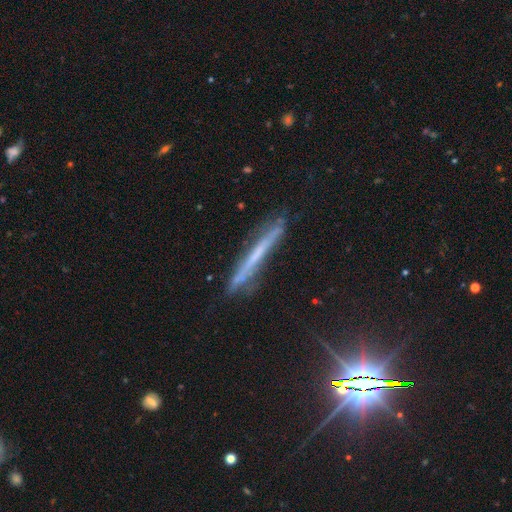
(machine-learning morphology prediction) Smooth or featured: featured or disk — 53% (smooth — 33%)
Edge-on disk: yes — 92% (no — 8%)
Merging: none — 79% (minor disturbance — 16%)